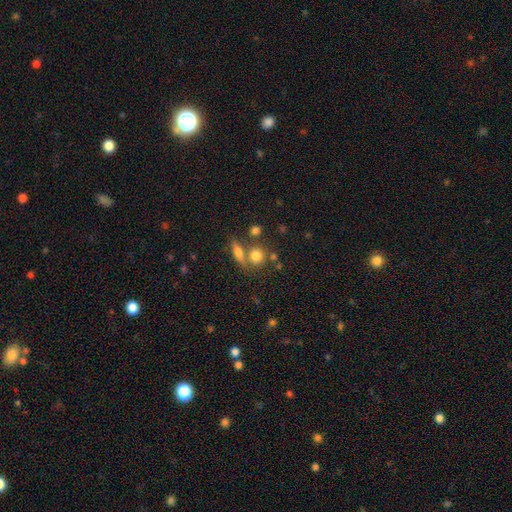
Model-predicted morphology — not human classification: Smooth or featured? Predicted: smooth (p=0.76). How rounded? Predicted: round (p=0.79). Merging? Predicted: none (p=0.57).